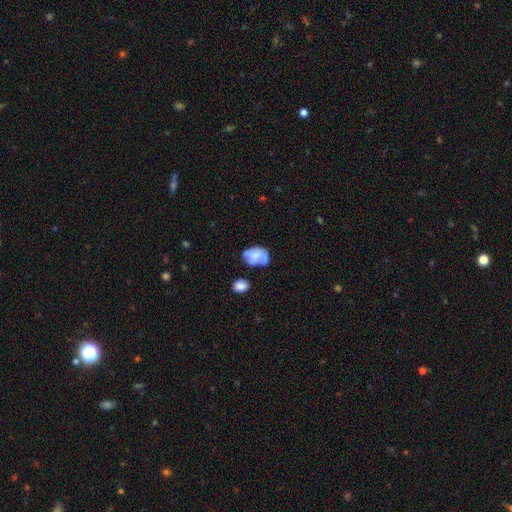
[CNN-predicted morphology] This is possibly a smooth galaxy (55%). How rounded: likely in between (74%). Merging: marginally none (35%).